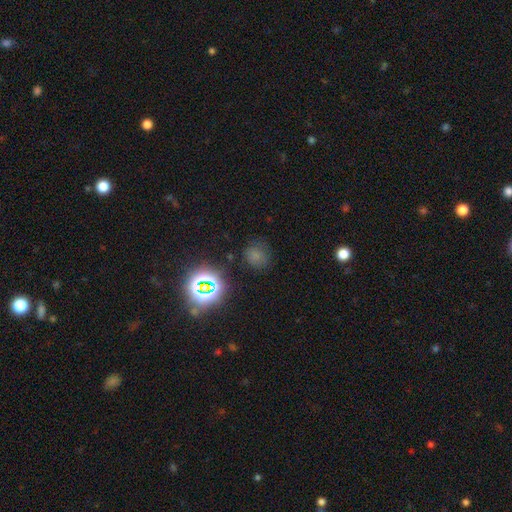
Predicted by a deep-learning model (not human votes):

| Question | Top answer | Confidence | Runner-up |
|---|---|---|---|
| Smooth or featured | smooth | 62% | star or artifact (31%) |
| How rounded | round | 80% | in between (18%) |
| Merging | none | 76% | minor disturbance (15%) |